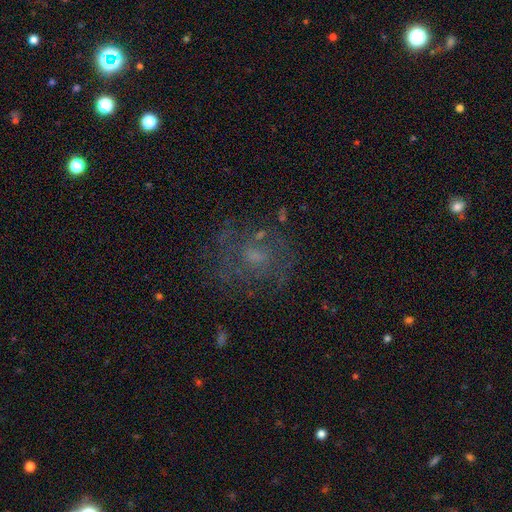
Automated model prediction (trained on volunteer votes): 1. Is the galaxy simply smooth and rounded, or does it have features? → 55% featured or disk, 28% smooth, 17% star or artifact.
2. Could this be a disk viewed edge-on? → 97% no, 3% yes.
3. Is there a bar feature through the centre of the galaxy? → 72% no, 24% weak, 4% strong.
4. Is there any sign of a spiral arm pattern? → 54% yes, 46% no.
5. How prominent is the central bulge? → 38% moderate, 37% small, 19% none, 5% large, 1% dominant.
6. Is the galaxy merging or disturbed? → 67% none, 16% minor disturbance, 14% major disturbance, 2% merger.